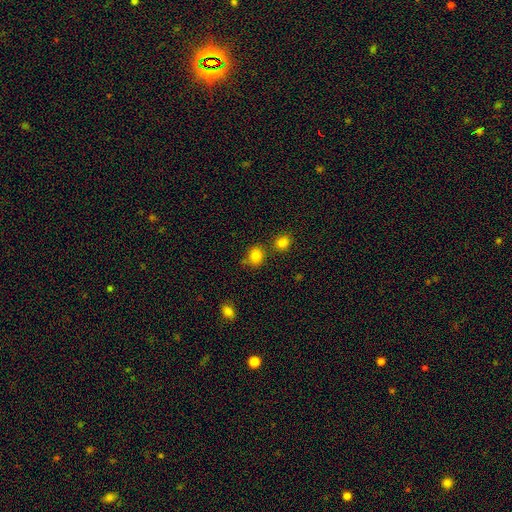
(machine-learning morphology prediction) smooth_or_featured: smooth (p=0.82) [alt: star or artifact p=0.12]
how_rounded: round (p=0.64) [alt: in between p=0.35]
merging: none (p=0.66) [alt: merger p=0.16]